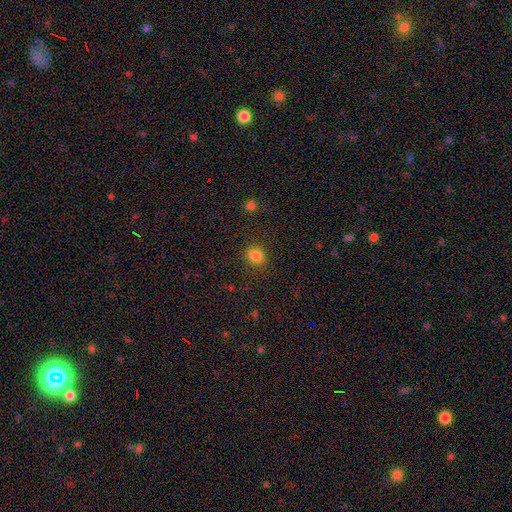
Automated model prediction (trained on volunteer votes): This is clearly a smooth galaxy (82%). How rounded: likely round (67%). Merging: clearly none (81%).